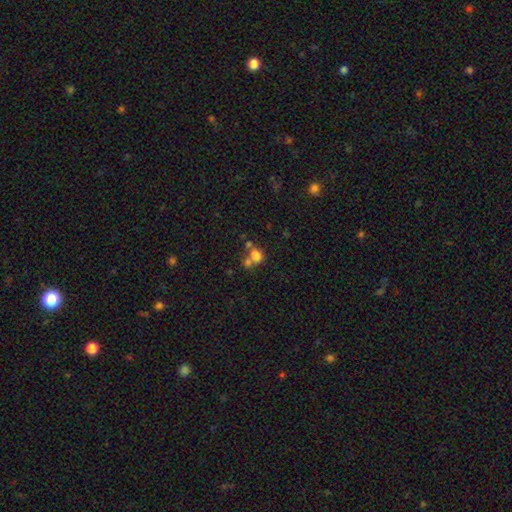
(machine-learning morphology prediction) smooth_or_featured: smooth (p=0.73) [alt: featured or disk p=0.14]
how_rounded: round (p=0.53) [alt: in between p=0.45]
merging: merger (p=0.52) [alt: none p=0.32]